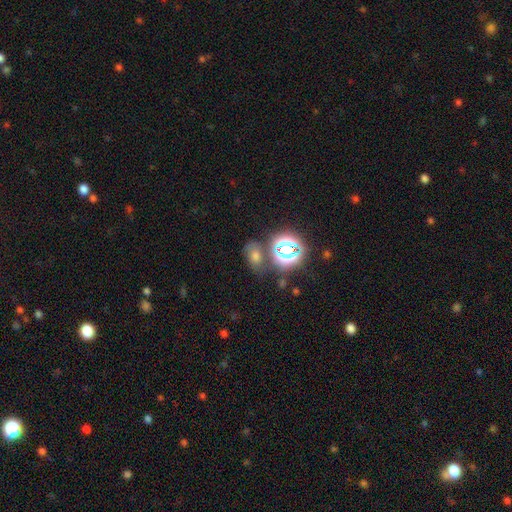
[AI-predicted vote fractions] Overall: smooth (48%; star or artifact 37%). Merging: none (63%).